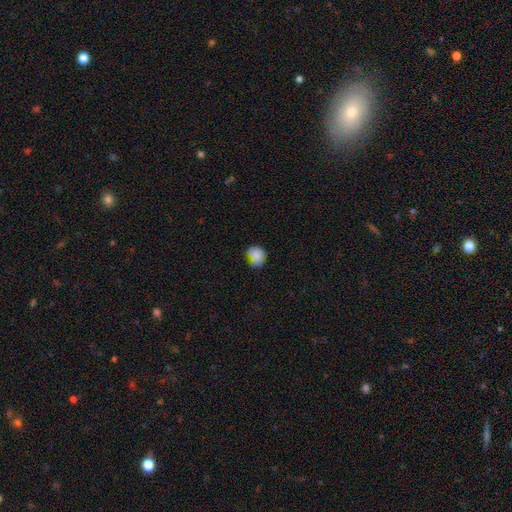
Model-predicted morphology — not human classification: Smooth or featured? smooth (79%)
How rounded? round (62%)
Merging? none (49%)